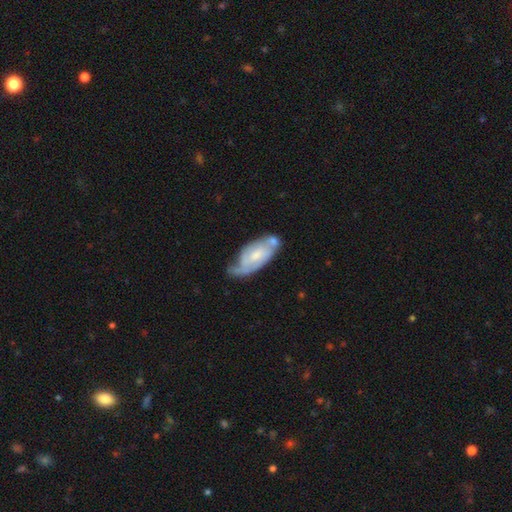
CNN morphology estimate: A featured or disk galaxy (63%) with no bar (54%), spiral arms (81%) and a moderate central bulge (43%). Merging: none (37%).